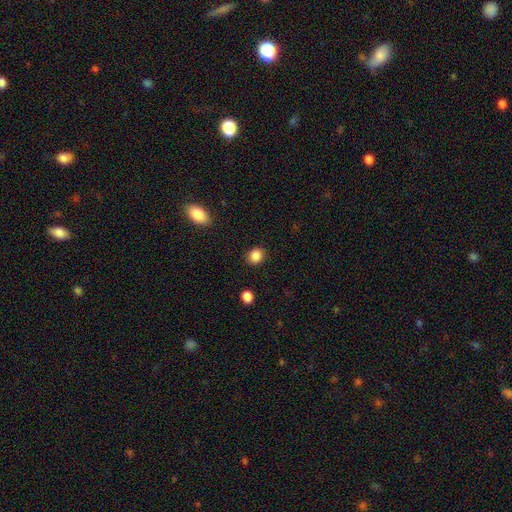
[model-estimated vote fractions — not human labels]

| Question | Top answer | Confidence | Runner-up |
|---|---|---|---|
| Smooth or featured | smooth | 87% | star or artifact (9%) |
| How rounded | round | 67% | in between (32%) |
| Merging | none | 87% | minor disturbance (8%) |